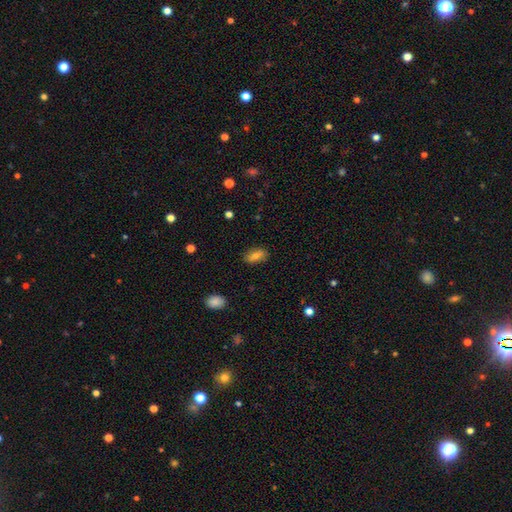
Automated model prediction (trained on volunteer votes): Morphology: type=smooth (72%); roundness=in between (86%); merging=none (86%).